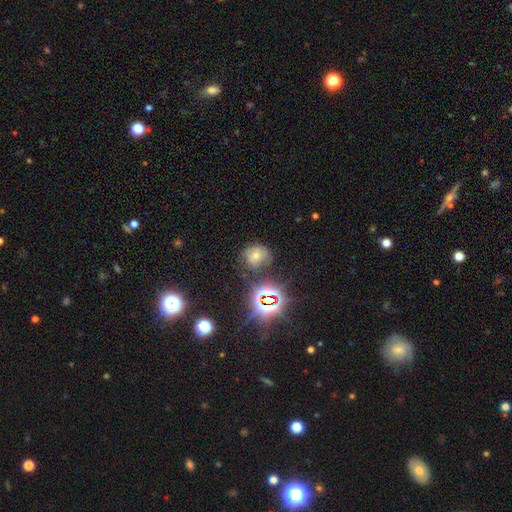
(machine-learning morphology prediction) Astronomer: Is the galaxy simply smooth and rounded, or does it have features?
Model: star or artifact — 46% (runner-up: smooth, 27%).